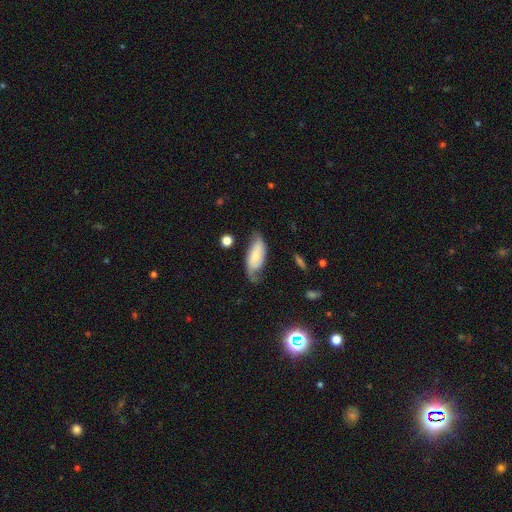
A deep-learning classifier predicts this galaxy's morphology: Q: Smooth or featured?
A: smooth (51%); runner-up: featured or disk (42%)
Q: How rounded?
A: in between (85%); runner-up: cigar-shaped (12%)
Q: Merging?
A: none (46%); runner-up: minor disturbance (34%)